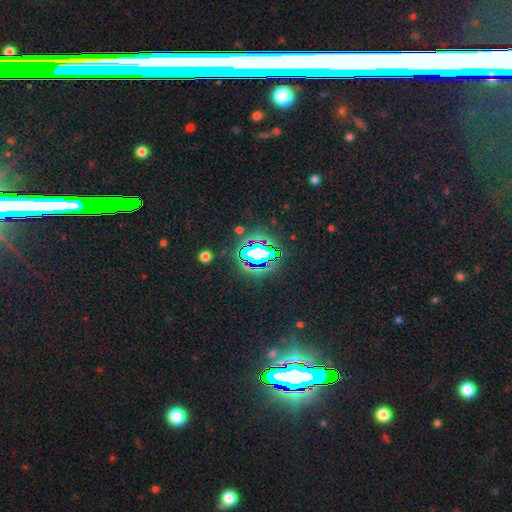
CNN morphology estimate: Overall: star or artifact (77%).